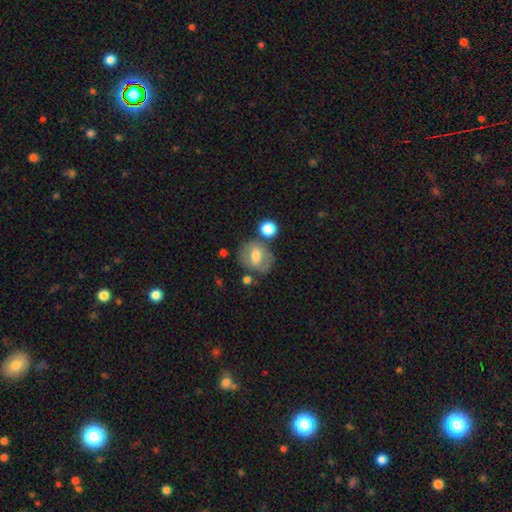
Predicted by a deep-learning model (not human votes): smooth_or_featured: smooth (p=0.52) [alt: featured or disk p=0.40]
how_rounded: round (p=0.55) [alt: in between p=0.44]
merging: none (p=0.62) [alt: minor disturbance p=0.18]